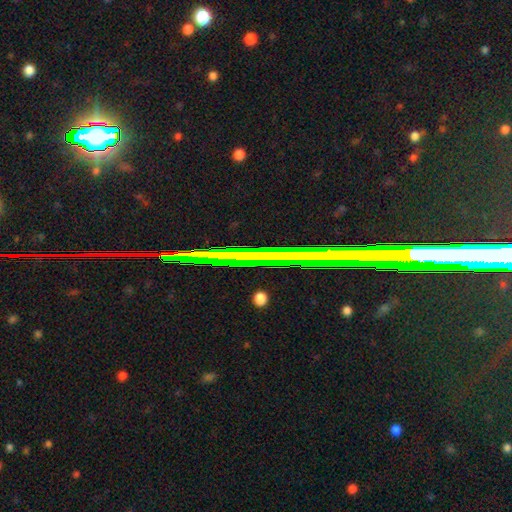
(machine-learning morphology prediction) type=star or artifact (73%).